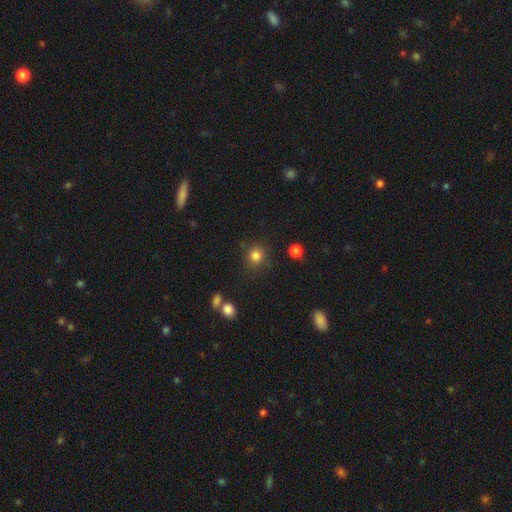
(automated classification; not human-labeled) Q: Smooth or featured?
A: smooth (82%); runner-up: star or artifact (13%)
Q: How rounded?
A: round (88%); runner-up: in between (11%)
Q: Merging?
A: none (83%); runner-up: minor disturbance (9%)